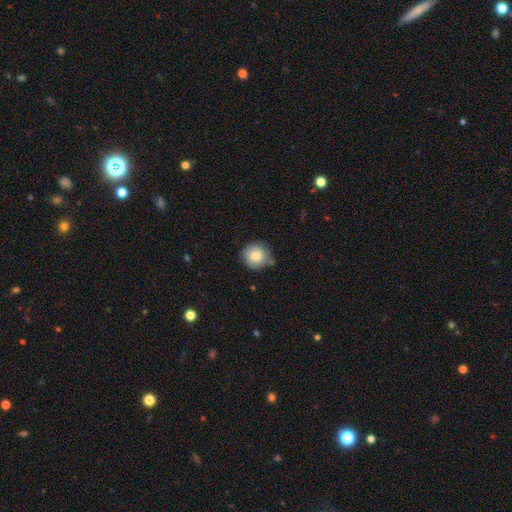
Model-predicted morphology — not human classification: Smooth or featured? Predicted: smooth (p=0.81). How rounded? Predicted: round (p=0.94). Merging? Predicted: none (p=0.79).